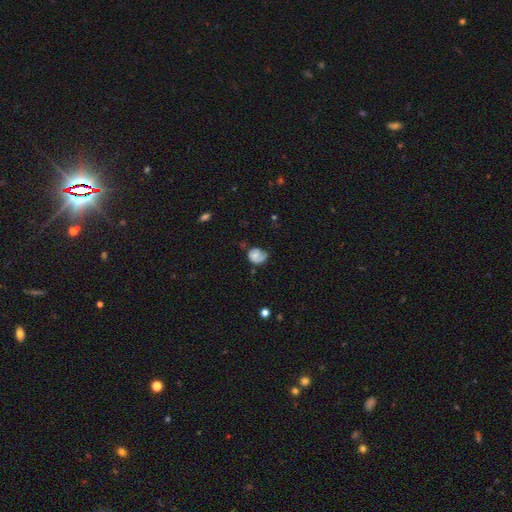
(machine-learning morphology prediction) Overall: smooth (53%; featured or disk 38%). How rounded: round (55%; in between 44%). Merging: none (43%; minor disturbance 35%).